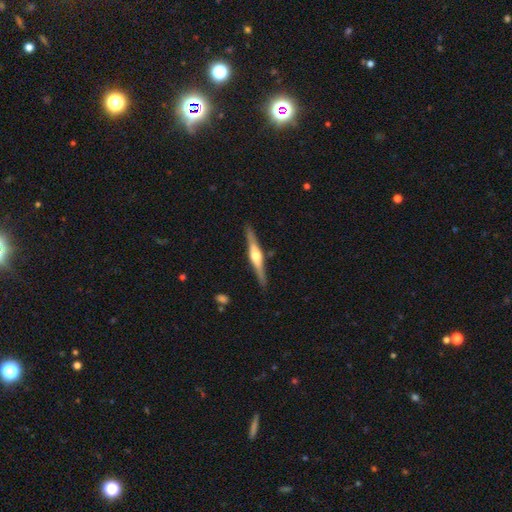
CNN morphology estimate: A featured or disk galaxy (76%) viewed edge-on (98%) with a rounded central bulge (91%).

Vote fractions:
- Smooth or featured? featured or disk: 76% / smooth: 19% / star or artifact: 5%
- Edge-on disk? yes: 98% / no: 2%
- Edge-on bulge? rounded: 91% / boxy: 7% / none: 3%
- Merging? none: 89% / minor disturbance: 8% / major disturbance: 2% / merger: 1%